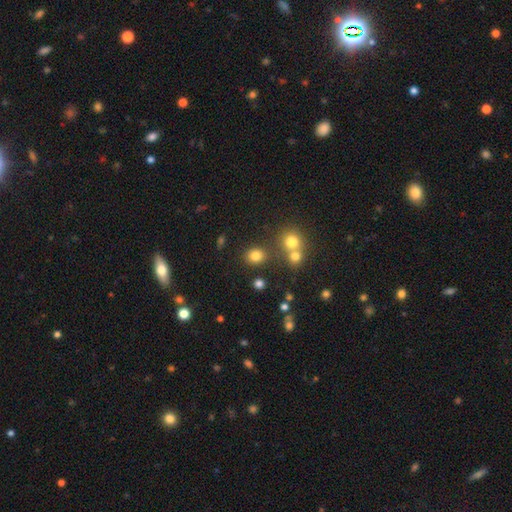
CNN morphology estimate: Smooth or featured?
  - smooth: 78% *
  - star or artifact: 15%
  - featured or disk: 6%
How rounded?
  - round: 74% *
  - in between: 25%
  - cigar-shaped: 1%
Merging?
  - none: 76% *
  - merger: 11%
  - minor disturbance: 9%
  - major disturbance: 4%